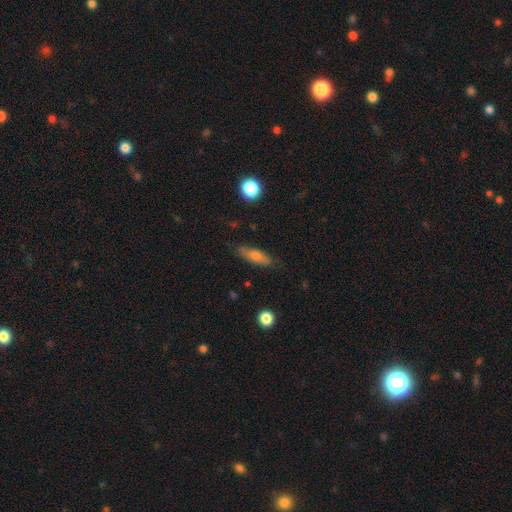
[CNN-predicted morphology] type=smooth (65%); roundness=cigar-shaped (52%); merging=none (80%).